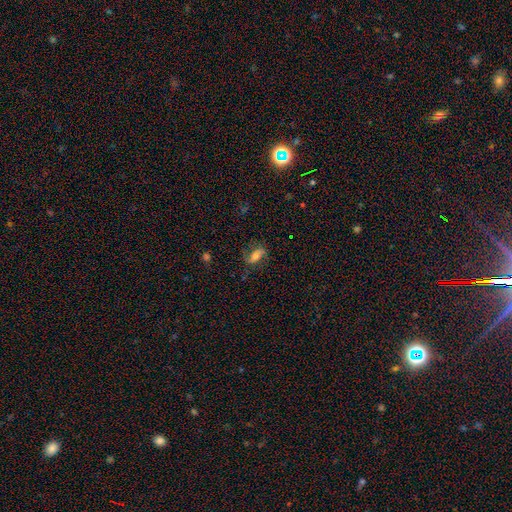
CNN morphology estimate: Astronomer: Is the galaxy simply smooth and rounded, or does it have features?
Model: featured or disk — 53% (runner-up: smooth, 37%).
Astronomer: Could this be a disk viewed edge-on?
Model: no — 89%.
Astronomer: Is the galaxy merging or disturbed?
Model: none — 69%.